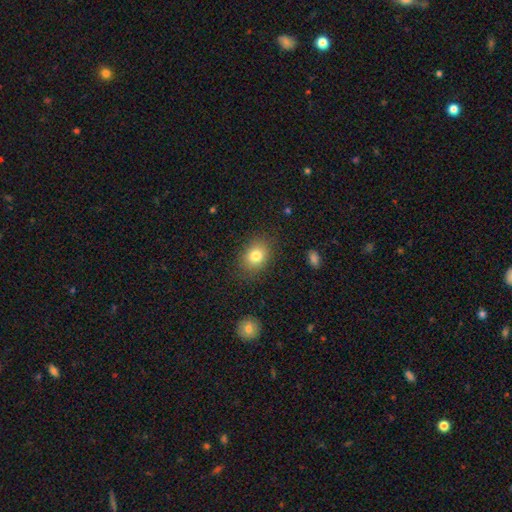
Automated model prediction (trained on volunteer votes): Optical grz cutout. It shows a smooth galaxy with no disk features (80%) that is in between round and cigar-shaped (57%). Merging: none (83%).